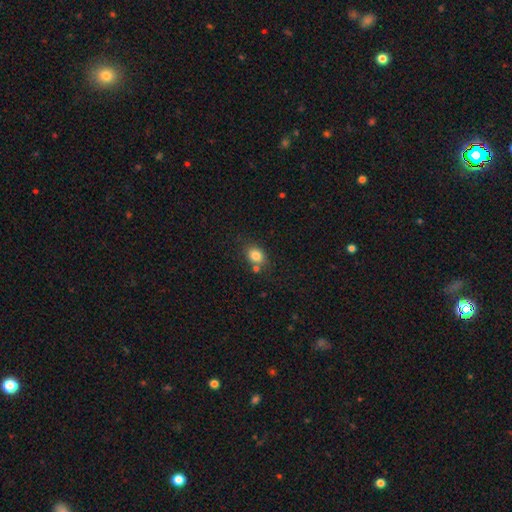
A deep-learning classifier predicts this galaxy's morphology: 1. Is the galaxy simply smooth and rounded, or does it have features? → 82% smooth, 11% star or artifact, 8% featured or disk.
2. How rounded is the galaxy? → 55% in between, 44% round, 1% cigar-shaped.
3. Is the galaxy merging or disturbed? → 67% none, 15% merger, 14% minor disturbance, 4% major disturbance.